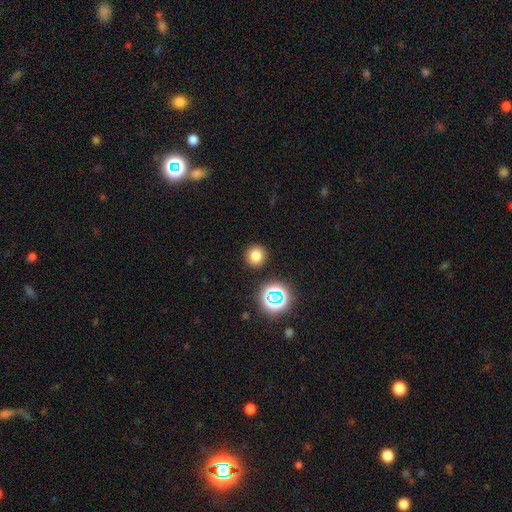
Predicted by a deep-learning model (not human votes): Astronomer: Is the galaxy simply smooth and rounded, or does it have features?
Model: smooth — 75%.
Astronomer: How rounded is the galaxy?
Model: round — 91%.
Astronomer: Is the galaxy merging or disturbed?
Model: none — 90%.